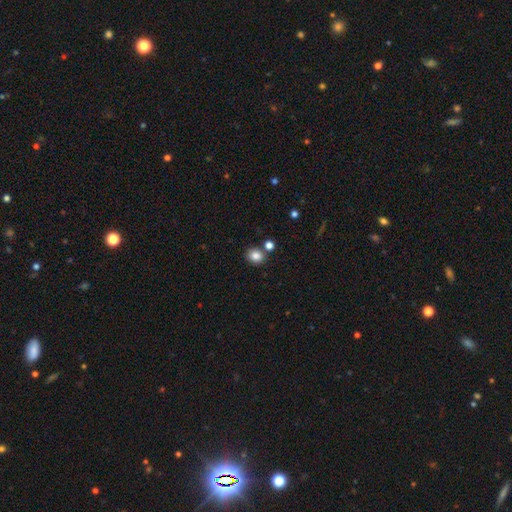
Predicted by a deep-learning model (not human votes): This is clearly a smooth galaxy (84%). How rounded: likely round (70%). Merging: likely none (77%).